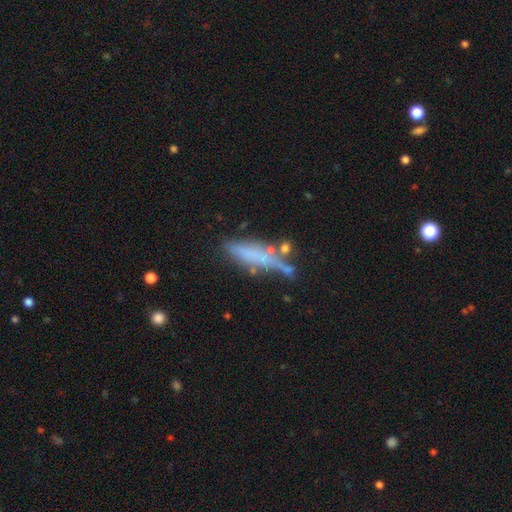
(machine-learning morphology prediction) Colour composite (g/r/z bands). It shows a smooth galaxy with no disk features (50%) that is cigar-shaped (73%). Merging: none (48%).